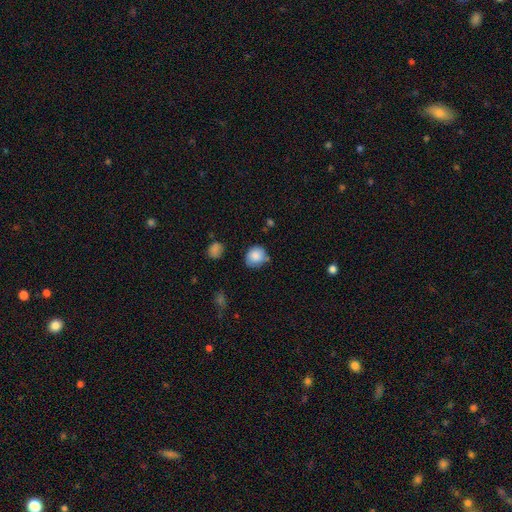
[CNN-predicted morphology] type=smooth (84%); roundness=round (76%); merging=none (64%).